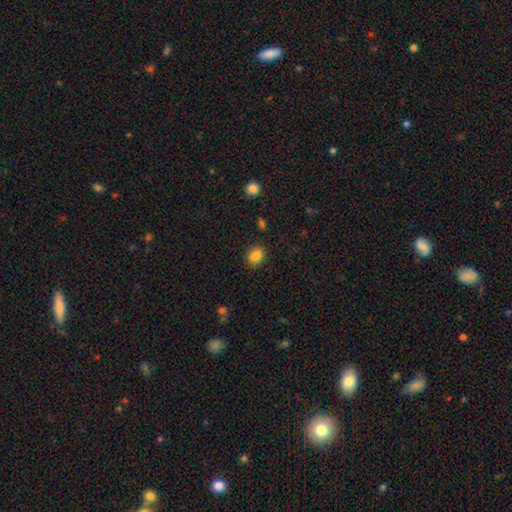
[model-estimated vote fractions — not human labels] smooth_or_featured: smooth (p=0.86) [alt: star or artifact p=0.10]
how_rounded: in between (p=0.52) [alt: round p=0.47]
merging: none (p=0.86) [alt: minor disturbance p=0.10]